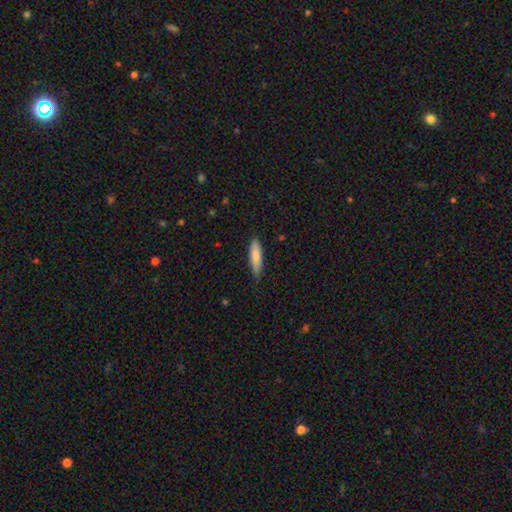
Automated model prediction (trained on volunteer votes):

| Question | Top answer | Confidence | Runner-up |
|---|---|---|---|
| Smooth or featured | smooth | 81% | featured or disk (14%) |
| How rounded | cigar-shaped | 69% | in between (29%) |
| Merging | none | 78% | minor disturbance (18%) |